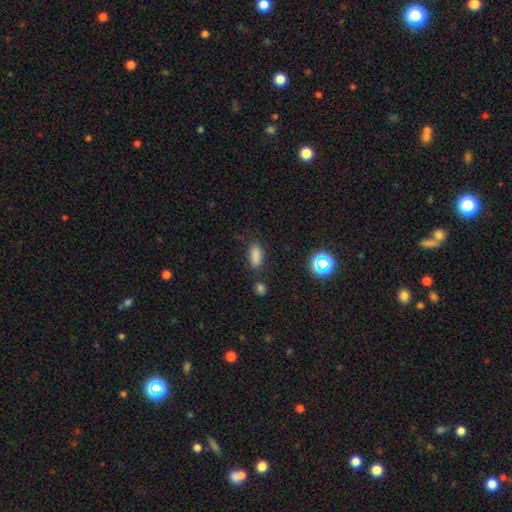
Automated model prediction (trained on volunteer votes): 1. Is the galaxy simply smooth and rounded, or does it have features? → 80% smooth, 15% star or artifact, 5% featured or disk.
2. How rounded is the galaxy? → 81% in between, 14% cigar-shaped, 4% round.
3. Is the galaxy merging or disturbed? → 75% none, 14% minor disturbance, 6% merger, 5% major disturbance.